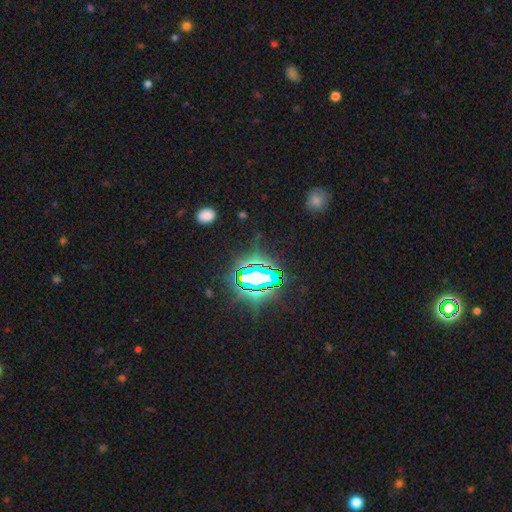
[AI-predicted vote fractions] star or artifact 77%, smooth 12%, featured or disk 10%.